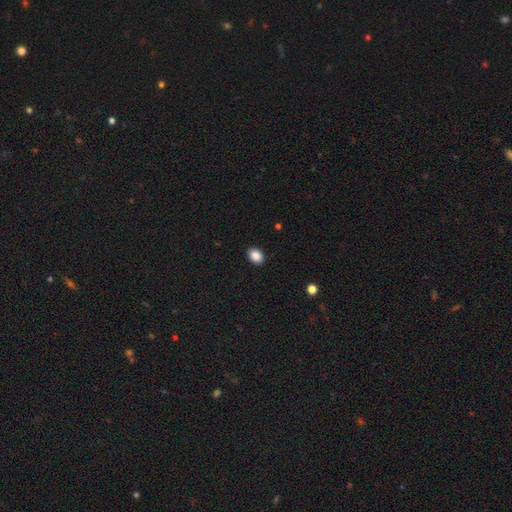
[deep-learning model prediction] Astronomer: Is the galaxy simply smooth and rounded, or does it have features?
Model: smooth — 88%.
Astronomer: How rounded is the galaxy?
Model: in between — 76%.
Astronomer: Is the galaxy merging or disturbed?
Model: none — 90%.